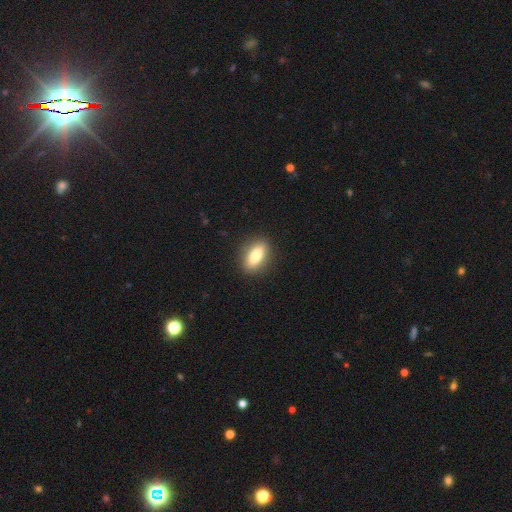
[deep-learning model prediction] Smooth or featured: smooth — 78% (featured or disk — 14%)
How rounded: in between — 79% (cigar-shaped — 15%)
Merging: none — 89% (minor disturbance — 8%)